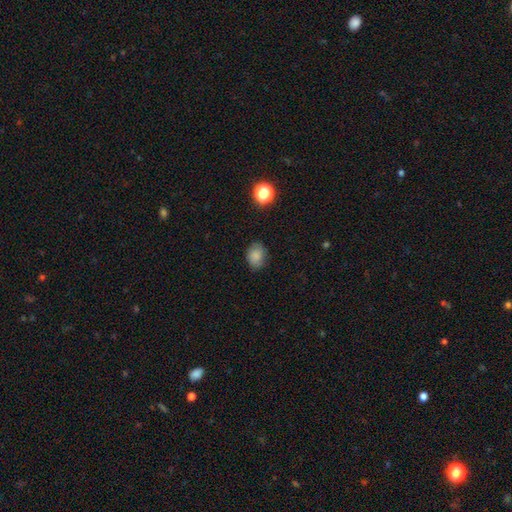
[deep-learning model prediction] Overall: smooth (83%). How rounded: in between (64%; round 35%). Merging: none (79%).